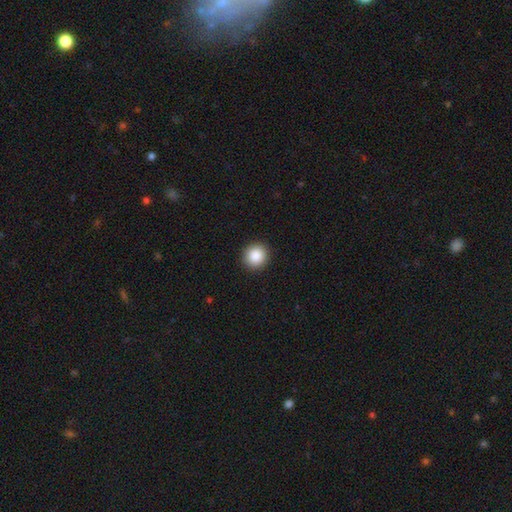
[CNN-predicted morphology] Smooth or featured?
  - smooth: 88% *
  - star or artifact: 9%
  - featured or disk: 4%
How rounded?
  - round: 92% *
  - in between: 7%
  - cigar-shaped: 1%
Merging?
  - none: 92% *
  - minor disturbance: 5%
  - major disturbance: 2%
  - merger: 1%